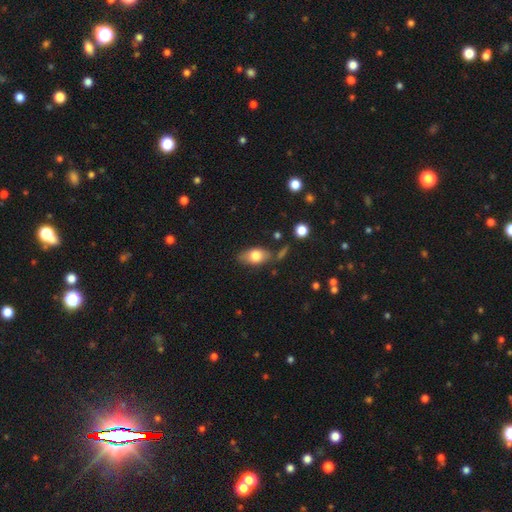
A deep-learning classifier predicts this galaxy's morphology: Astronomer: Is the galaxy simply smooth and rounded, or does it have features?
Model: smooth — 73%.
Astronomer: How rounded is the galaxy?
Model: in between — 85%.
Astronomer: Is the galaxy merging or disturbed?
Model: none — 71%.